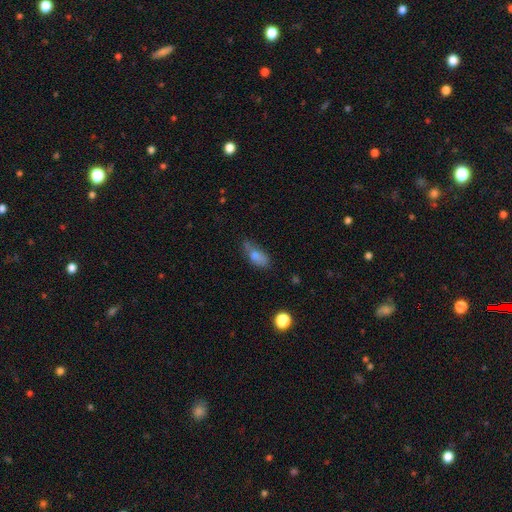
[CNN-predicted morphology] smooth-or-featured: smooth: 71% | featured or disk: 18% | star or artifact: 11%
  how-rounded: in between: 80% | cigar-shaped: 13% | round: 7%
  merging: none: 49% | minor disturbance: 33% | major disturbance: 11% | merger: 7%